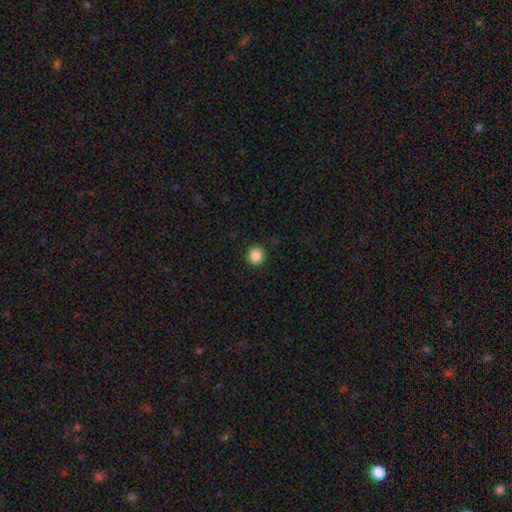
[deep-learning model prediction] This is clearly a smooth galaxy (86%). How rounded: clearly round (94%). Merging: clearly none (92%).